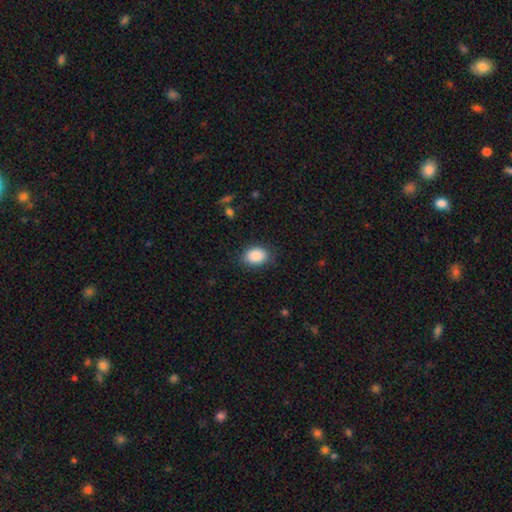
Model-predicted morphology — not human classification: Smooth or featured? smooth (89%)
How rounded? in between (76%)
Merging? none (83%)